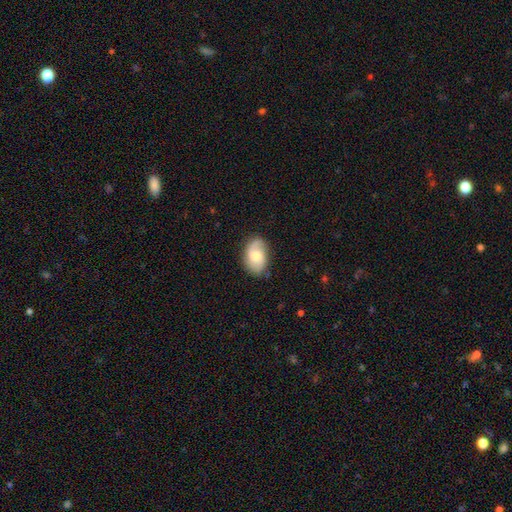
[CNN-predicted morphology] Smooth or featured? Predicted: featured or disk (p=0.51). Edge-on disk? Predicted: no (p=0.96). Merging? Predicted: none (p=0.72).